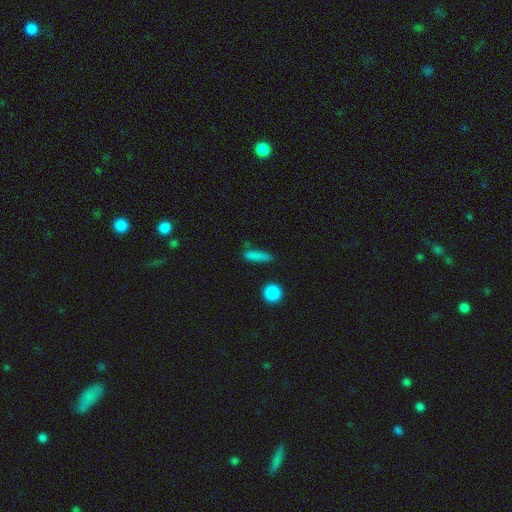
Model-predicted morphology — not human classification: smooth-or-featured: smooth: 80% | star or artifact: 11% | featured or disk: 9%
  how-rounded: cigar-shaped: 71% | in between: 24% | round: 6%
  merging: none: 71% | minor disturbance: 19% | major disturbance: 5% | merger: 5%